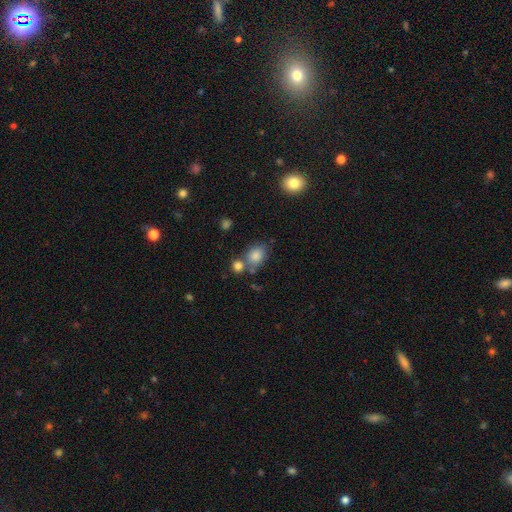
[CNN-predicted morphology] Smooth or featured? Predicted: smooth (p=0.82). How rounded? Predicted: in between (p=0.56). Merging? Predicted: none (p=0.56).